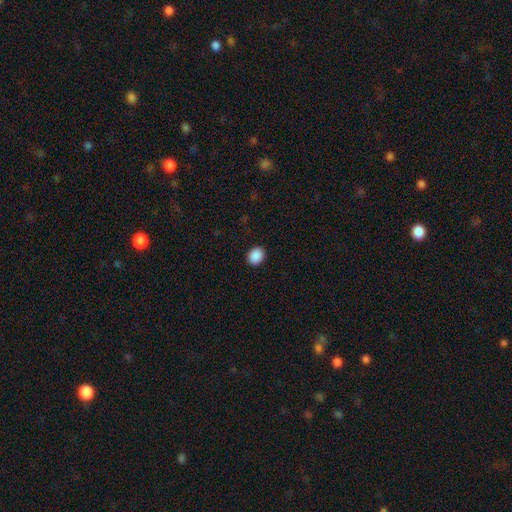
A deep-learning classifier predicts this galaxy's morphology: A smooth galaxy with no disk features (90%) that is round (53%).

Vote fractions:
- Smooth or featured? smooth: 90% / star or artifact: 8% / featured or disk: 2%
- How rounded? round: 53% / in between: 46% / cigar-shaped: 1%
- Merging? none: 91% / minor disturbance: 6% / major disturbance: 2% / merger: 1%